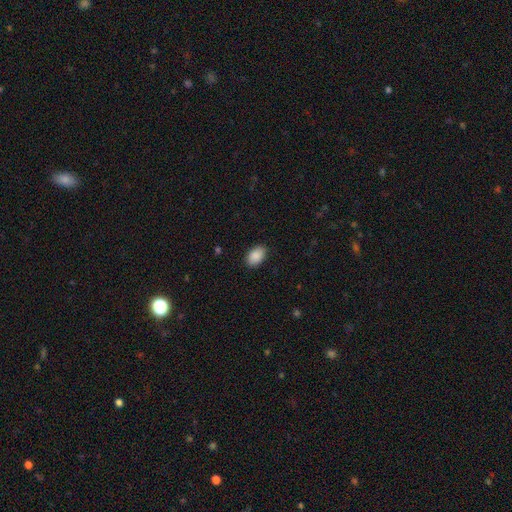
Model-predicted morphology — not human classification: Q: Smooth or featured?
A: smooth (90%); runner-up: star or artifact (7%)
Q: How rounded?
A: in between (91%); runner-up: round (8%)
Q: Merging?
A: none (88%); runner-up: minor disturbance (9%)